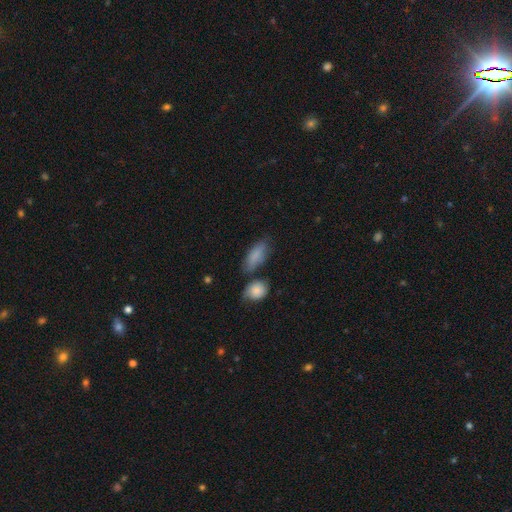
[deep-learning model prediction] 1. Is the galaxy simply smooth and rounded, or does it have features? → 83% smooth, 11% featured or disk, 7% star or artifact.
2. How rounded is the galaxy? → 81% in between, 15% cigar-shaped, 5% round.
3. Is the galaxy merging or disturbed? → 57% none, 21% minor disturbance, 15% merger, 7% major disturbance.